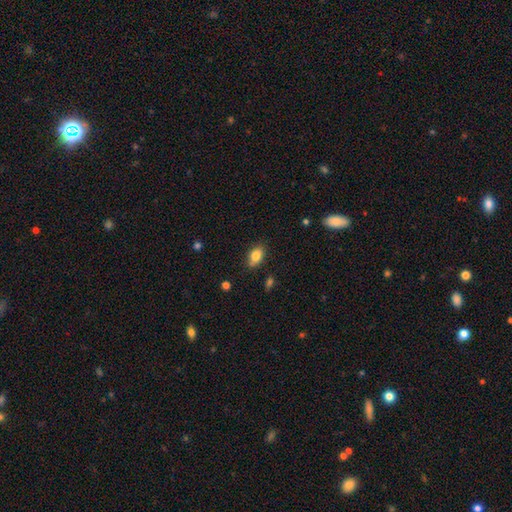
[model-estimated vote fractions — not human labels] This is clearly a smooth galaxy (82%). How rounded: clearly in between (87%). Merging: clearly none (82%).